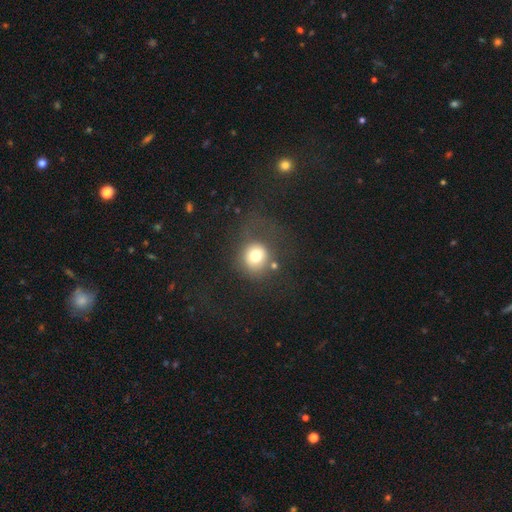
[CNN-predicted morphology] Q: Smooth or featured?
A: smooth (73%); runner-up: featured or disk (14%)
Q: How rounded?
A: round (85%); runner-up: in between (14%)
Q: Merging?
A: none (56%); runner-up: major disturbance (21%)